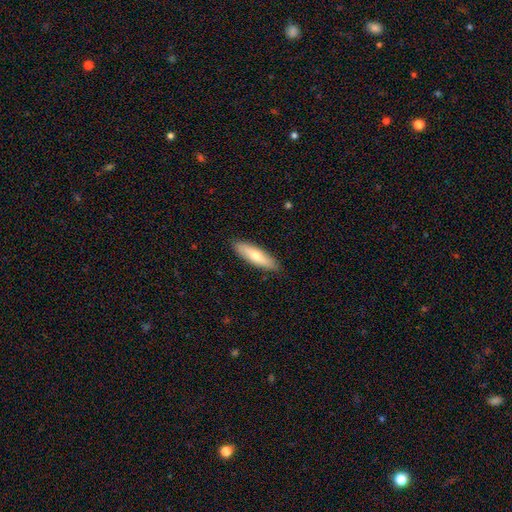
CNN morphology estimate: Smooth or featured? Predicted: smooth (p=0.64). How rounded? Predicted: cigar-shaped (p=0.60). Merging? Predicted: none (p=0.88).